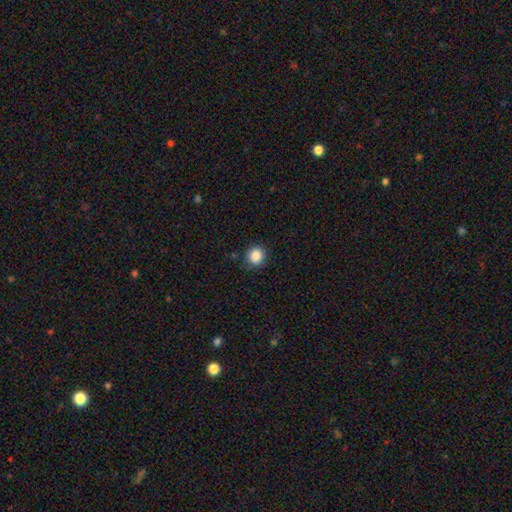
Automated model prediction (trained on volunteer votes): Smooth or featured?
  - smooth: 87% *
  - star or artifact: 10%
  - featured or disk: 3%
How rounded?
  - round: 88% *
  - in between: 11%
  - cigar-shaped: 1%
Merging?
  - none: 87% *
  - minor disturbance: 9%
  - major disturbance: 2%
  - merger: 1%